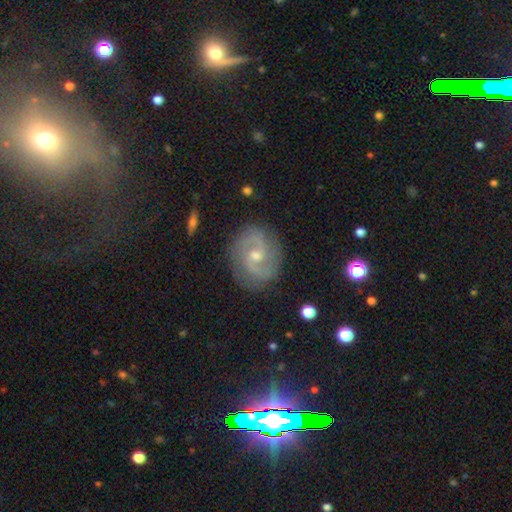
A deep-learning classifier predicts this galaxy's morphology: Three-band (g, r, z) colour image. It shows a featured or disk galaxy (85%) with a weak bar (47%), 2 (88%) medium (51%) spiral arms (95%) and a moderate central bulge (56%). Merging: none (83%).